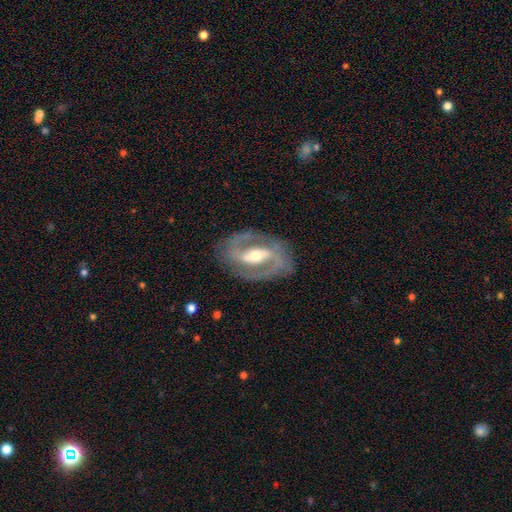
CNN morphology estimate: Q: Smooth or featured?
A: featured or disk (89%); runner-up: smooth (6%)
Q: Edge-on disk?
A: no (96%); runner-up: yes (4%)
Q: Bar?
A: strong (55%); runner-up: weak (32%)
Q: Spiral arms?
A: yes (94%); runner-up: no (6%)
Q: Spiral winding?
A: medium (54%); runner-up: tight (31%)
Q: Spiral arm count?
A: 2 (92%); runner-up: can't tell (3%)
Q: Bulge size?
A: moderate (59%); runner-up: small (34%)
Q: Merging?
A: none (83%); runner-up: minor disturbance (11%)